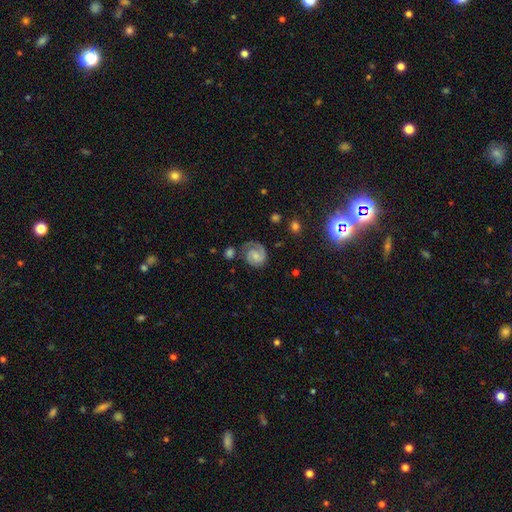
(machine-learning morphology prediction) Smooth or featured? Predicted: featured or disk (p=0.81). Edge-on disk? Predicted: no (p=0.98). Bar? Predicted: no (p=0.56). Spiral arms? Predicted: yes (p=0.96). Spiral winding? Predicted: tight (p=0.56). Spiral arm count? Predicted: 2 (p=0.65). Bulge size? Predicted: small (p=0.54). Merging? Predicted: none (p=0.66).